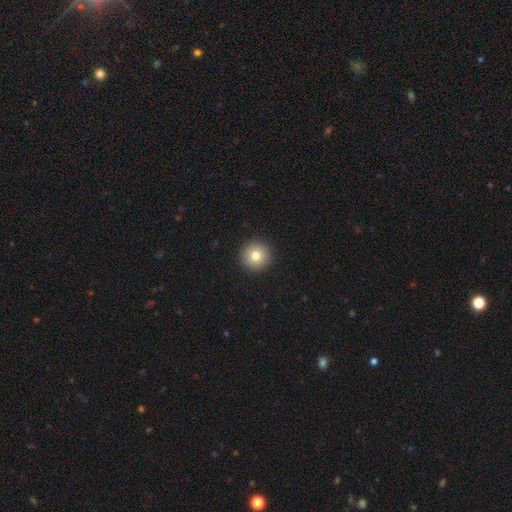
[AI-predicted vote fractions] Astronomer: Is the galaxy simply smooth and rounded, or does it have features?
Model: smooth — 80%.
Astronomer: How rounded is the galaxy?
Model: round — 96%.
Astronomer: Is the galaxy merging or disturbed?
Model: none — 93%.